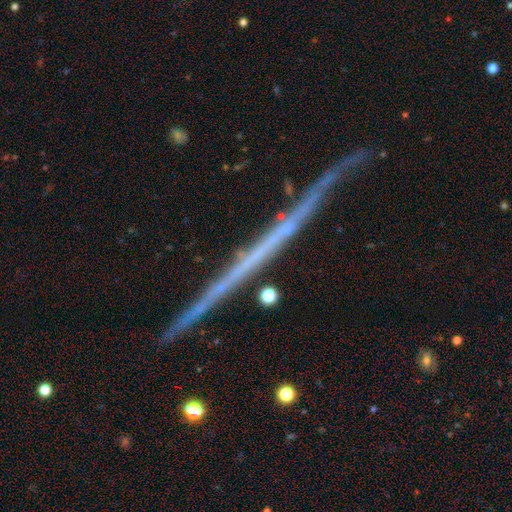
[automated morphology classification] featured or disk 74%, smooth 18%, star or artifact 8%. Down the decision tree: edge-on disk — yes (97%); edge-on bulge — none (92%); merging — none (82%).